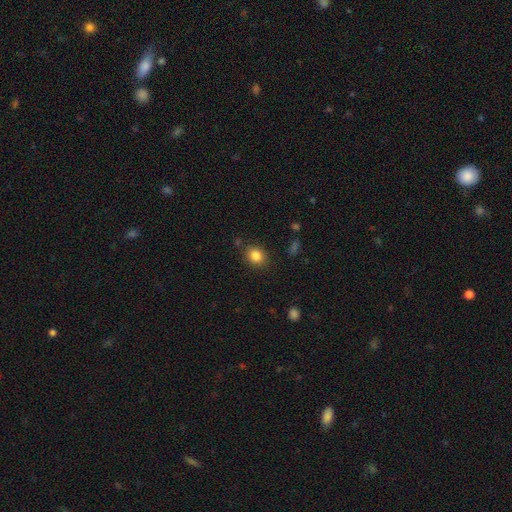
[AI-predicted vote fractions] Q: Smooth or featured?
A: smooth (84%); runner-up: star or artifact (10%)
Q: How rounded?
A: round (60%); runner-up: in between (39%)
Q: Merging?
A: none (84%); runner-up: minor disturbance (11%)